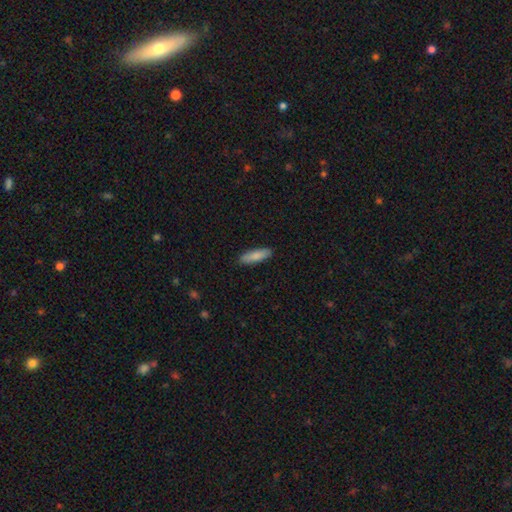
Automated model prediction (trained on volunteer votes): This appears to be a smooth galaxy with no disk features (86%) that is cigar-shaped (54%). Merging: none (89%).